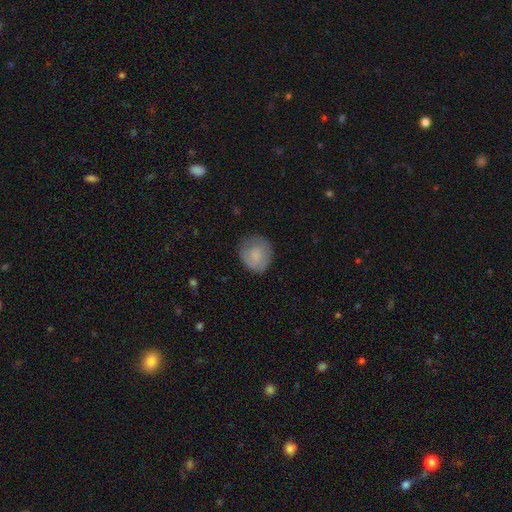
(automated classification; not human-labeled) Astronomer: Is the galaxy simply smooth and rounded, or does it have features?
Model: smooth — 76%.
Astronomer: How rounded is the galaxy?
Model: round — 82%.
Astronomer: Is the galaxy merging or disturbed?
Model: none — 74%.